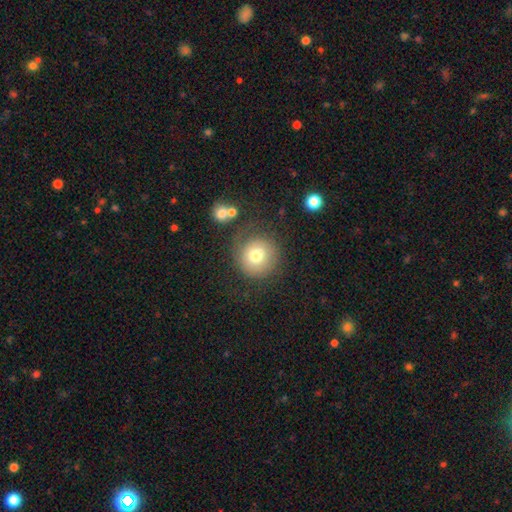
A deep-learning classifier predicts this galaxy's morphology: This appears to be a smooth galaxy with no disk features (72%) that is round (92%). Merging: none (69%).